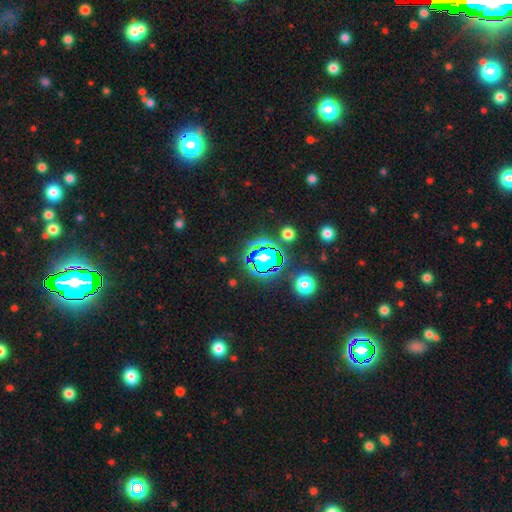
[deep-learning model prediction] Smooth or featured? star or artifact (79%)